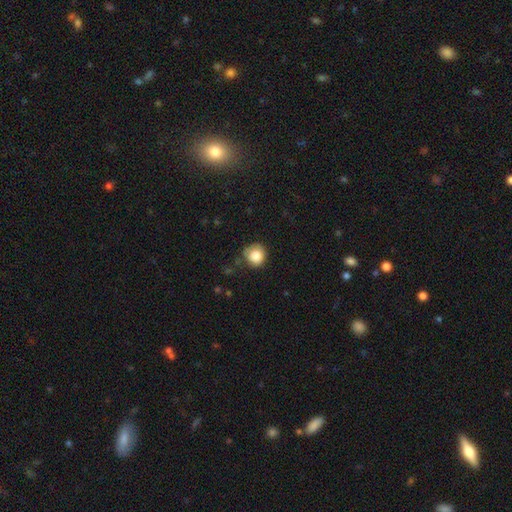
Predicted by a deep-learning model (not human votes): Smooth or featured? Predicted: smooth (p=0.83). How rounded? Predicted: round (p=0.90). Merging? Predicted: none (p=0.70).